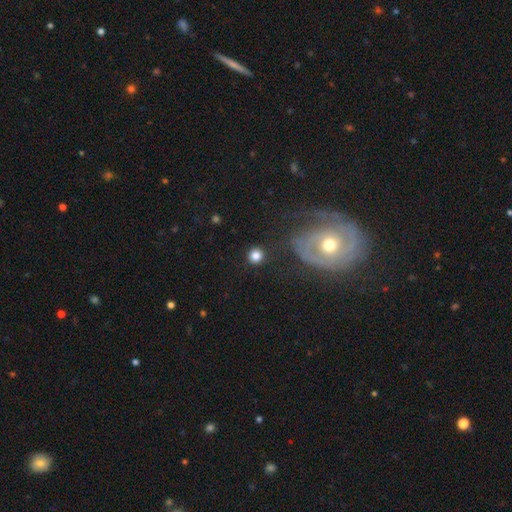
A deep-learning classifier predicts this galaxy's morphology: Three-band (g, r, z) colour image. It shows a smooth galaxy with no disk features (82%) that is round (93%). Merging: none (87%).